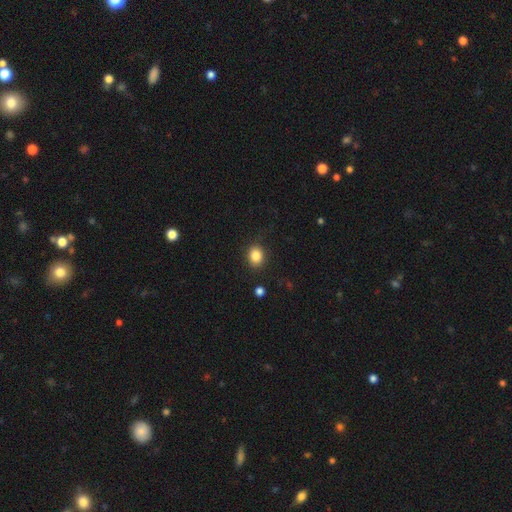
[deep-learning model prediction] smooth-or-featured: smooth: 85% | star or artifact: 10% | featured or disk: 5%
  how-rounded: round: 60% | in between: 39% | cigar-shaped: 1%
  merging: none: 86% | minor disturbance: 9% | major disturbance: 3% | merger: 2%